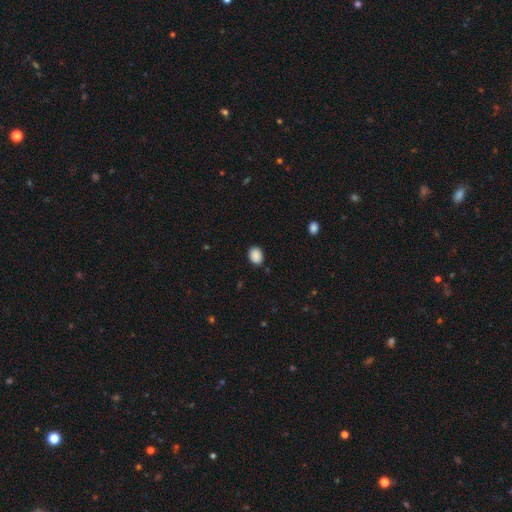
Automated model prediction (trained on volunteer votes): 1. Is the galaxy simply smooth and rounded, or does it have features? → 89% smooth, 8% star or artifact, 3% featured or disk.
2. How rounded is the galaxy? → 67% in between, 32% round, 1% cigar-shaped.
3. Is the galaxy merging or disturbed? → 86% none, 10% minor disturbance, 2% major disturbance, 1% merger.